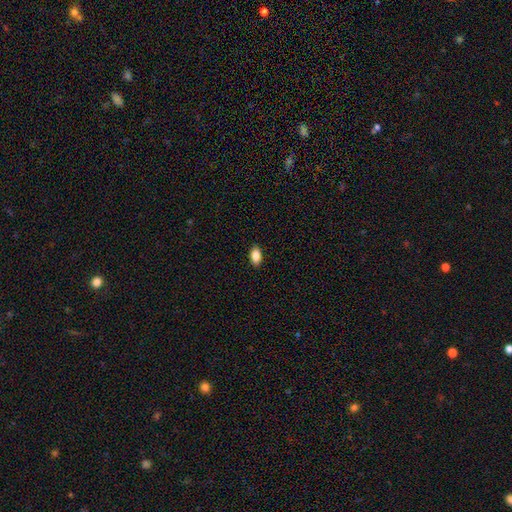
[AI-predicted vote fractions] This appears to be a smooth galaxy with no disk features (86%) that is in between round and cigar-shaped (91%). Merging: none (90%).